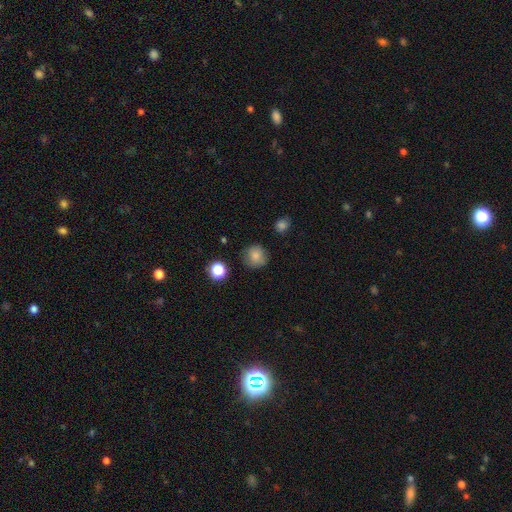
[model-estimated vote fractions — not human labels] Smooth or featured? smooth (82%)
How rounded? round (91%)
Merging? none (81%)